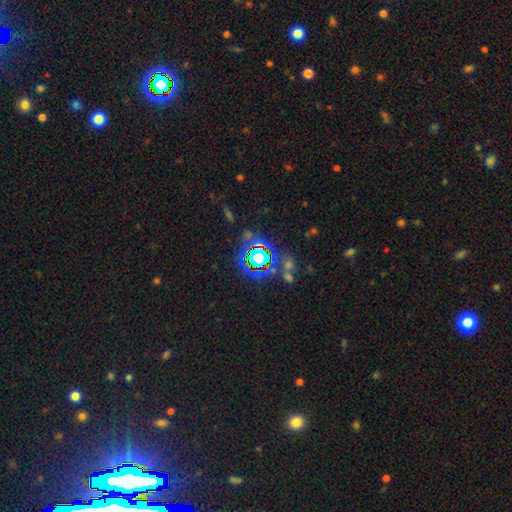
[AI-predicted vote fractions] This appears to be a star or artifact, not a galaxy (71%).